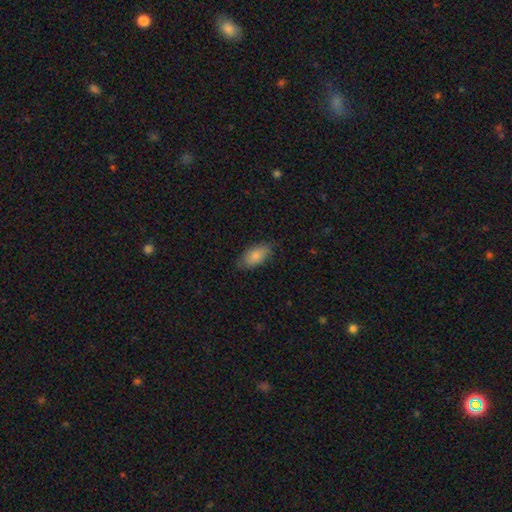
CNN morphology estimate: A smooth galaxy with no disk features (83%) that is in between round and cigar-shaped (93%).

Vote fractions:
- Smooth or featured? smooth: 83% / featured or disk: 11% / star or artifact: 6%
- How rounded? in between: 93% / cigar-shaped: 4% / round: 3%
- Merging? none: 78% / minor disturbance: 18% / major disturbance: 3% / merger: 1%